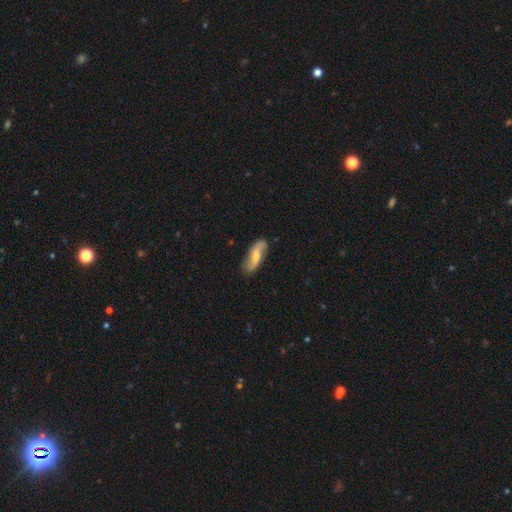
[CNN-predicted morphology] Smooth or featured? Predicted: featured or disk (p=0.63). Edge-on disk? Predicted: no (p=0.91). Bar? Predicted: weak (p=0.43). Spiral arms? Predicted: yes (p=0.93). Spiral winding? Predicted: loose (p=0.71). Spiral arm count? Predicted: 2 (p=0.90). Bulge size? Predicted: moderate (p=0.46). Merging? Predicted: none (p=0.79).